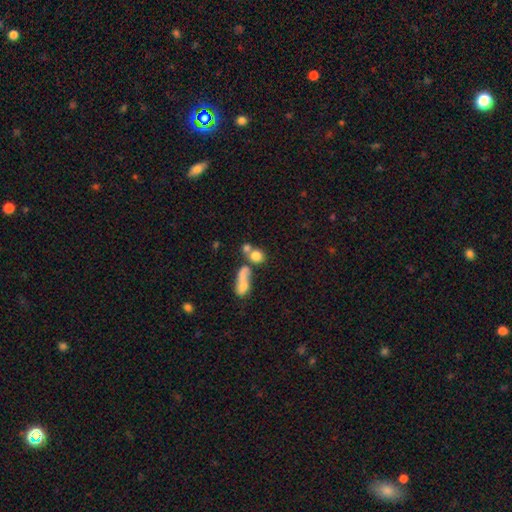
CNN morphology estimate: This appears to be a smooth galaxy with no disk features (77%) that is round (71%). Merging: merger (45%).